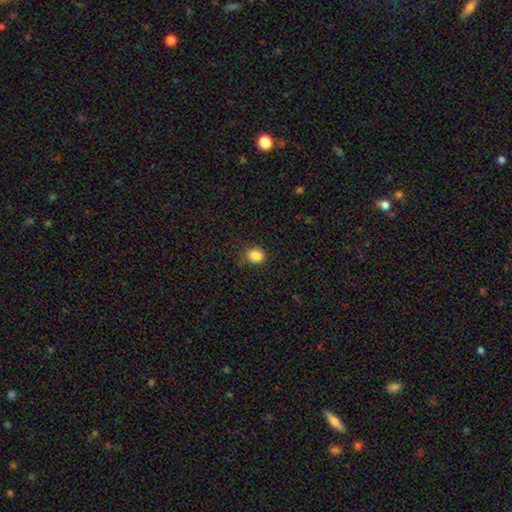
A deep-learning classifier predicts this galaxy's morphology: Smooth or featured?
  - smooth: 86% *
  - star or artifact: 11%
  - featured or disk: 3%
How rounded?
  - round: 78% *
  - in between: 21%
  - cigar-shaped: 1%
Merging?
  - none: 79% *
  - minor disturbance: 16%
  - major disturbance: 4%
  - merger: 1%